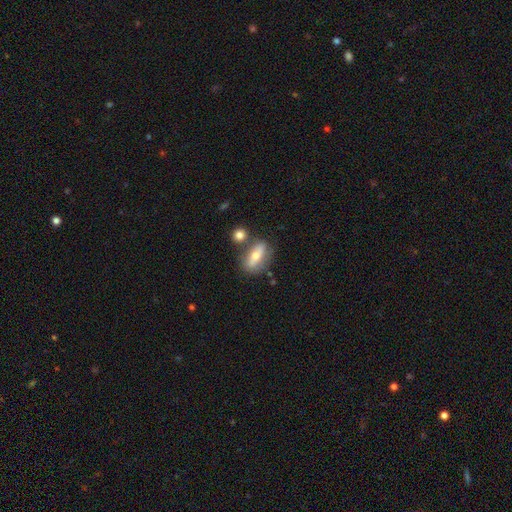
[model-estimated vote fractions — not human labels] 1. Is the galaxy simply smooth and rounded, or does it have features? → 54% smooth, 38% featured or disk, 8% star or artifact.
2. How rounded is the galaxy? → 72% in between, 19% cigar-shaped, 9% round.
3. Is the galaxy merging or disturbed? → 64% none, 16% merger, 15% minor disturbance, 5% major disturbance.